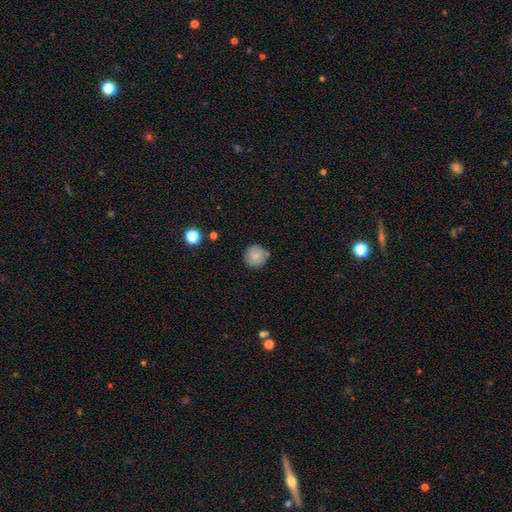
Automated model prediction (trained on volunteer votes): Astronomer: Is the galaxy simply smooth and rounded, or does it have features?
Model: smooth — 83%.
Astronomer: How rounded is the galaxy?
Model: round — 94%.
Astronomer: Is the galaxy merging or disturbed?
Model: none — 82%.